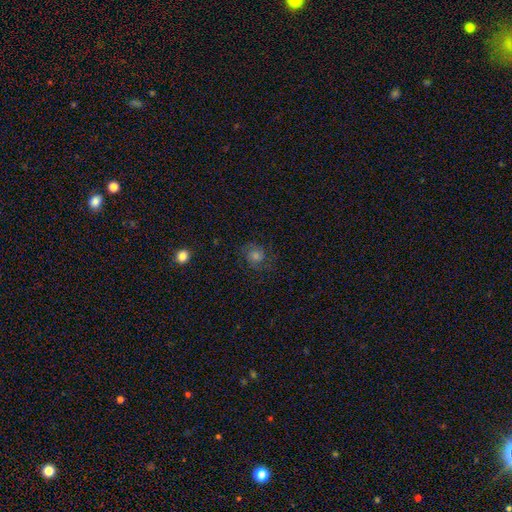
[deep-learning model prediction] featured or disk 50%, smooth 31%, star or artifact 20%. Down the decision tree: merging — none (75%).